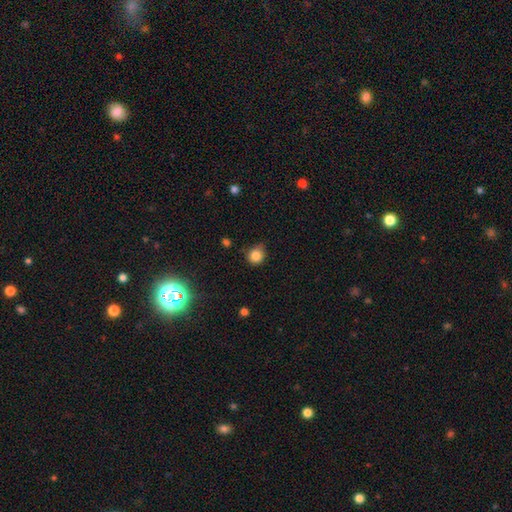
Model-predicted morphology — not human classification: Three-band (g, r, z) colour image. It shows a smooth galaxy with no disk features (82%) that is round (87%). Merging: none (68%).